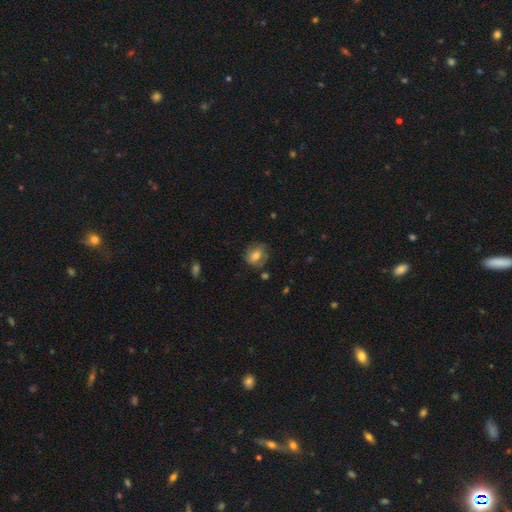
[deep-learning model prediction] This appears to be a smooth galaxy with no disk features (56%) that is round (61%). Merging: none (67%).